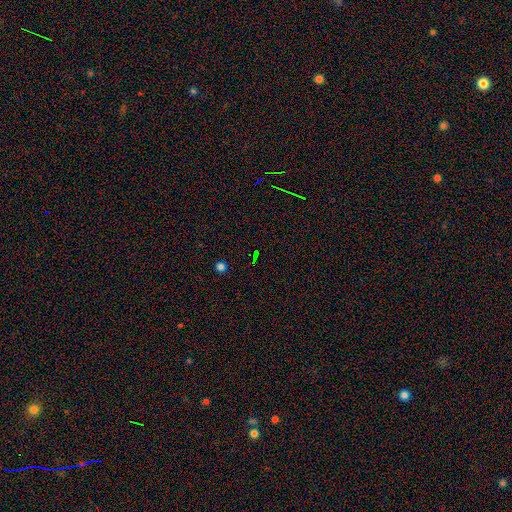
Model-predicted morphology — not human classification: smooth-or-featured: star or artifact: 68% | smooth: 22% | featured or disk: 10%